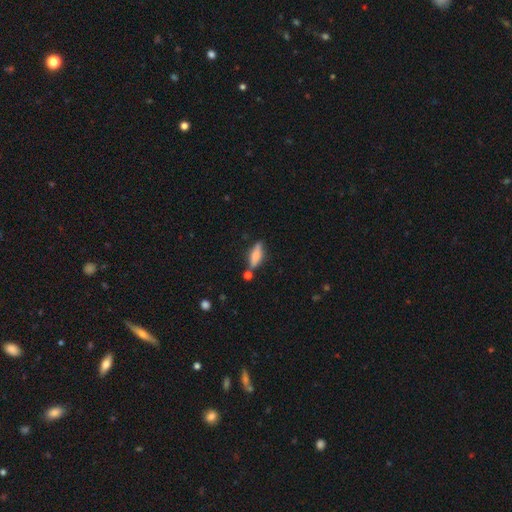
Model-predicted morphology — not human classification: Overall: smooth (65%; featured or disk 28%). How rounded: in between (53%; cigar-shaped 44%). Merging: none (69%).